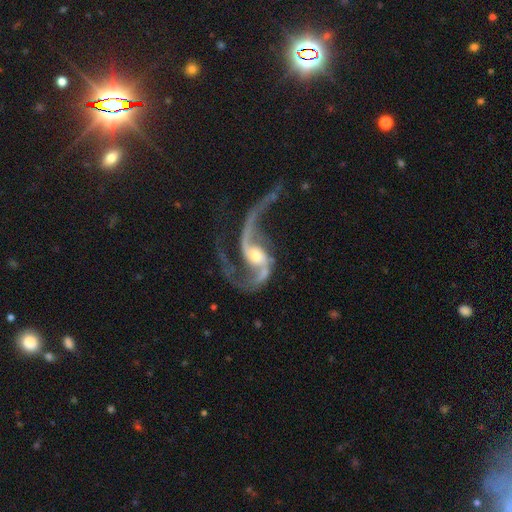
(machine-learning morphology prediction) featured or disk 92%, star or artifact 4%, smooth 4%. Down the decision tree: edge-on disk — no (97%); bar — no (45%); spiral arms — yes (97%); spiral arm count — 2 (91%); spiral winding — loose (80%); bulge size — moderate (58%); merging — none (48%).